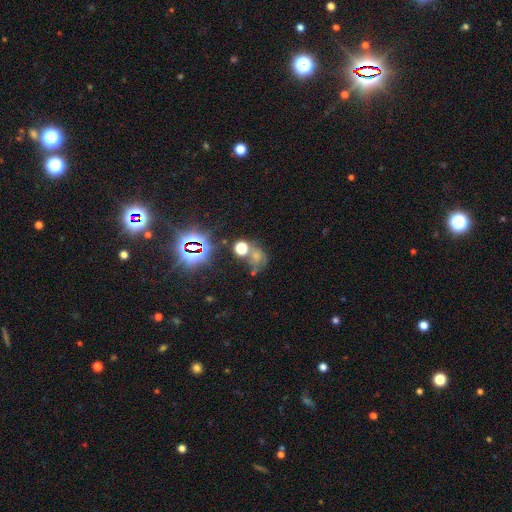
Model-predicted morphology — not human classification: Smooth or featured? Predicted: smooth (p=0.41). Merging? Predicted: none (p=0.37).